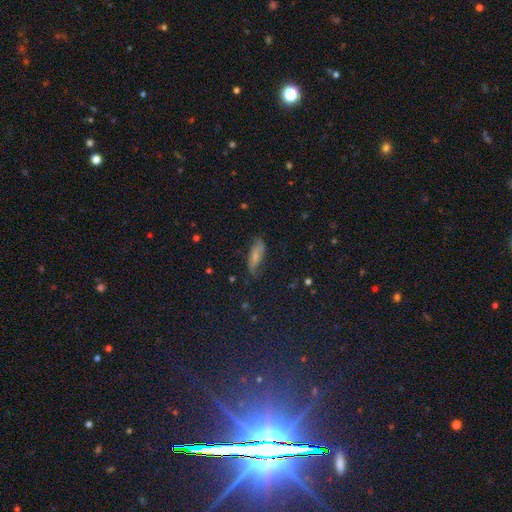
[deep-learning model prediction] The model was most divided on "smooth or featured": smooth: 53%, featured or disk: 34%, star or artifact: 13%. More confident: how rounded — in between (68%); merging — none (67%).